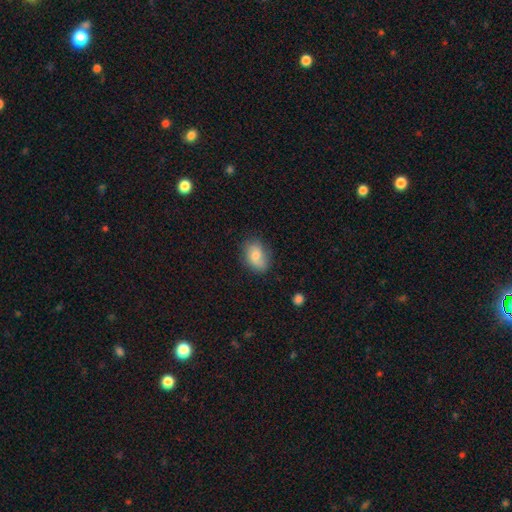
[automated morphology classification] This is likely a smooth galaxy (74%). How rounded: likely in between (79%). Merging: likely none (70%).